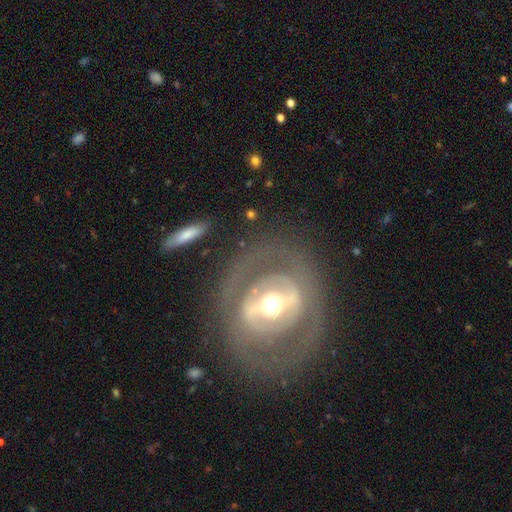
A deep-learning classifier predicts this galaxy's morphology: Smooth or featured?
  - featured or disk: 78% *
  - smooth: 16%
  - star or artifact: 6%
Edge-on disk?
  - no: 93% *
  - yes: 7%
Bar?
  - strong: 40% *
  - weak: 33%
  - no: 26%
Spiral arms?
  - no: 53% *
  - yes: 47%
Bulge size?
  - moderate: 64% *
  - small: 21%
  - large: 12%
  - dominant: 2%
  - none: 1%
Merging?
  - none: 74% *
  - minor disturbance: 13%
  - major disturbance: 9%
  - merger: 3%